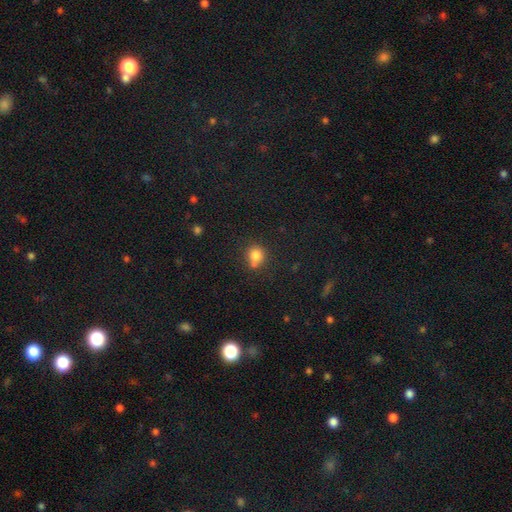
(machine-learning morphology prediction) smooth_or_featured: smooth (p=0.80) [alt: star or artifact p=0.12]
how_rounded: round (p=0.83) [alt: in between p=0.16]
merging: none (p=0.60) [alt: merger p=0.20]